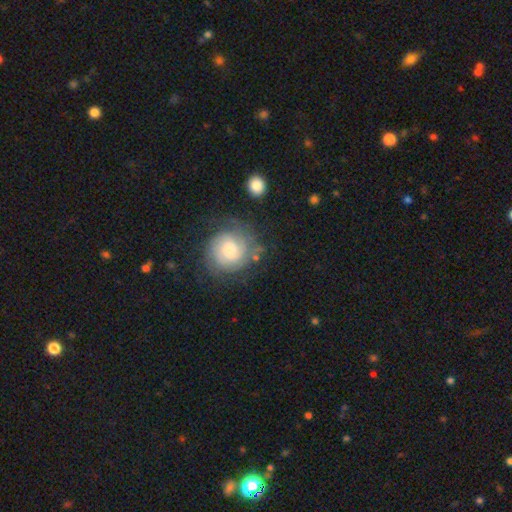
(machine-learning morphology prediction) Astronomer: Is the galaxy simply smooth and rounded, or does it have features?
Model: featured or disk — 64%.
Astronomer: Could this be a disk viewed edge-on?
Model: no — 98%.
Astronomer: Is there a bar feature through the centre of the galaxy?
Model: no — 56% (runner-up: weak, 38%).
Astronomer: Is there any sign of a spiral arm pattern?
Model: yes — 90%.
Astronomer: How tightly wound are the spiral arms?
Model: tight — 63%.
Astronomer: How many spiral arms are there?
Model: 2 — 40% (runner-up: can't tell, 35%).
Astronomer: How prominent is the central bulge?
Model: moderate — 53%.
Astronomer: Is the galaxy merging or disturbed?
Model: none — 72%.